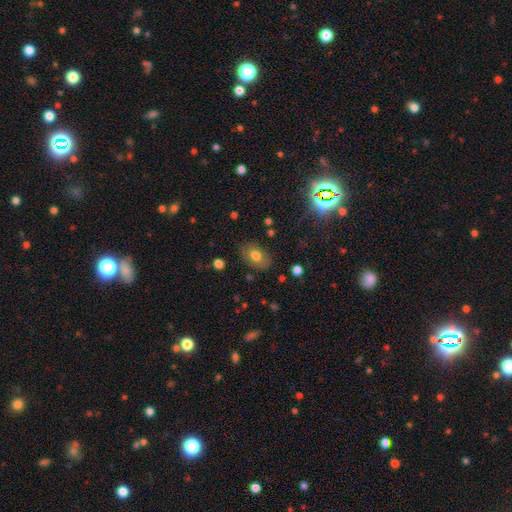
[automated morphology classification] Smooth or featured: smooth — 70% (featured or disk — 20%)
How rounded: in between — 83% (round — 15%)
Merging: none — 81% (minor disturbance — 14%)